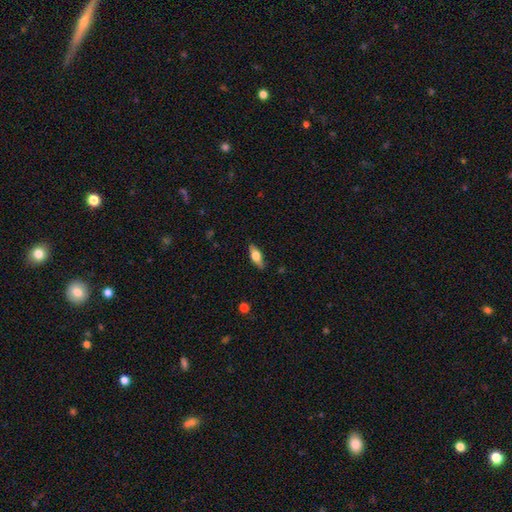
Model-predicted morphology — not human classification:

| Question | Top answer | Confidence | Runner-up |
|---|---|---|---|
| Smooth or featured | smooth | 51% | featured or disk (43%) |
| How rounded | in between | 65% | cigar-shaped (31%) |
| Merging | none | 85% | minor disturbance (11%) |